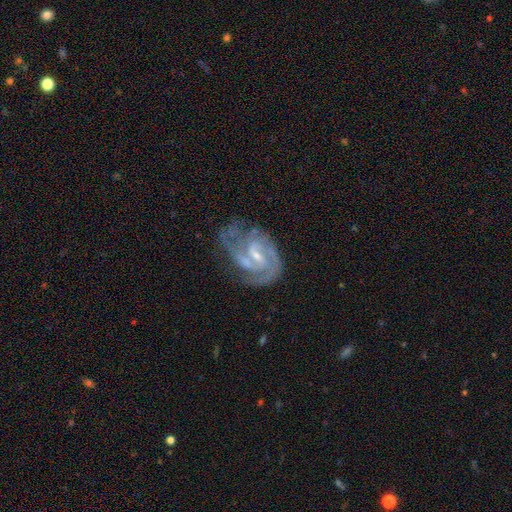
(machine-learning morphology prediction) smooth-or-featured: featured or disk: 89% | smooth: 6% | star or artifact: 5%
  disk-edge-on: no: 98% | yes: 2%
    bar: weak: 56% | strong: 26% | no: 17%
    has-spiral-arms: yes: 96% | no: 4%
      spiral-winding: tight: 45% (tied) | medium: 45% (tied) | loose: 9%
      spiral-arm-count: 2: 57% | 3: 18% | can't tell: 14% | 1: 5% | 4: 4% | more than 4: 3%
    bulge-size: small: 60% | moderate: 31% | none: 7% | large: 2% | dominant: 1%
  merging: none: 53% | minor disturbance: 25% | major disturbance: 19% | merger: 4%